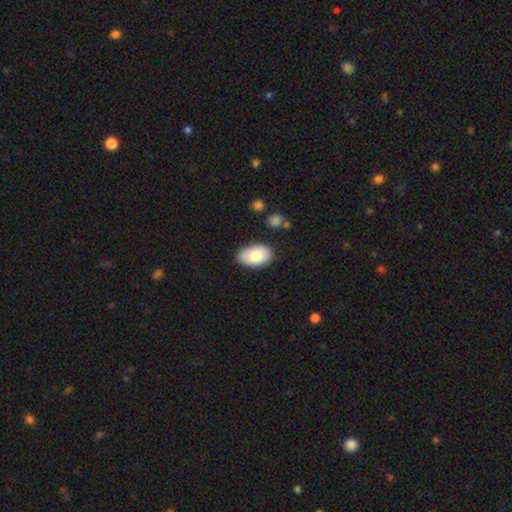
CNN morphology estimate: This is likely a smooth galaxy (78%). How rounded: clearly in between (94%). Merging: clearly none (83%).